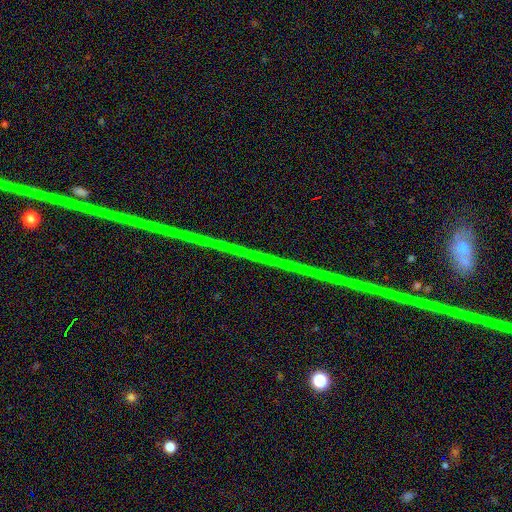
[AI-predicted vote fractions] Smooth or featured?
  - star or artifact: 78% *
  - featured or disk: 15%
  - smooth: 7%